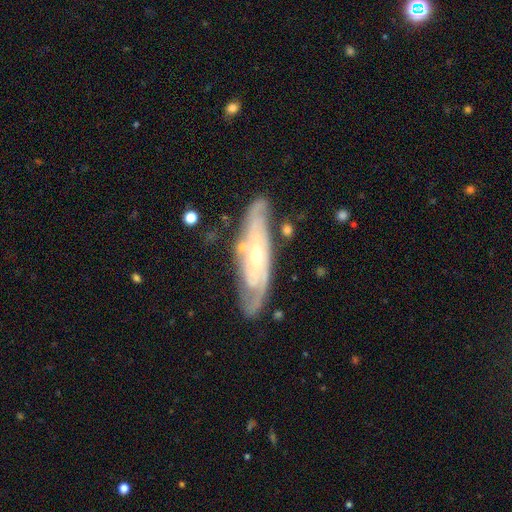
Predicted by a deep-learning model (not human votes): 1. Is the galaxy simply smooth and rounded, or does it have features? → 84% featured or disk, 11% smooth, 5% star or artifact.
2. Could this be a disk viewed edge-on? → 79% no, 21% yes.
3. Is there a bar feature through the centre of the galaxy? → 65% no, 24% weak, 10% strong.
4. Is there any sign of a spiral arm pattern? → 91% yes, 9% no.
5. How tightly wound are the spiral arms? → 65% tight, 27% medium, 7% loose.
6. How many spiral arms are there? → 44% 2, 36% can't tell, 10% 3, 4% 4, 4% 1, 3% more than 4.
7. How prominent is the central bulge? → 57% small, 40% moderate, 1% large, 1% none, 1% dominant.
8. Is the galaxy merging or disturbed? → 76% none, 16% minor disturbance, 5% major disturbance, 4% merger.